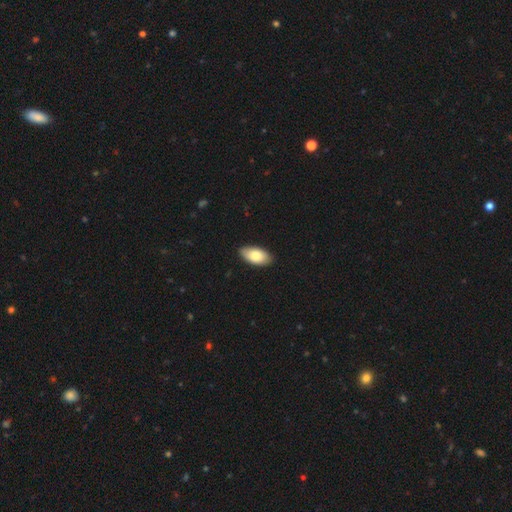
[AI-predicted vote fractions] Morphology: type=smooth (82%); roundness=in between (94%); merging=none (87%).